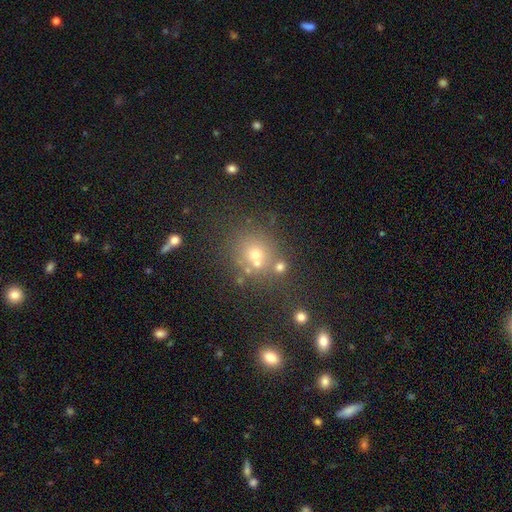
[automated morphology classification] Overall: smooth (60%; star or artifact 24%). How rounded: round (83%). Merging: none (62%).